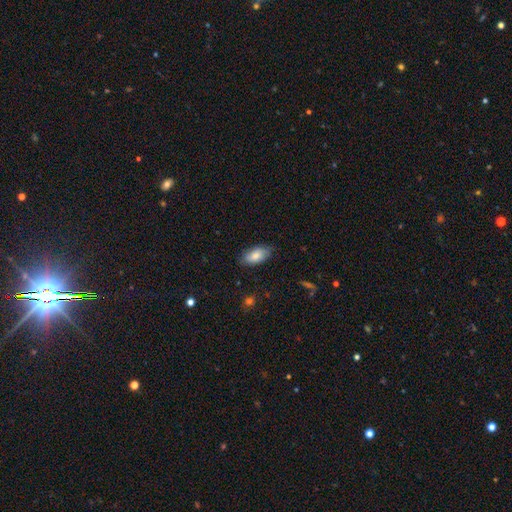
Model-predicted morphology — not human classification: Smooth or featured? Predicted: smooth (p=0.80). How rounded? Predicted: in between (p=0.92). Merging? Predicted: none (p=0.77).